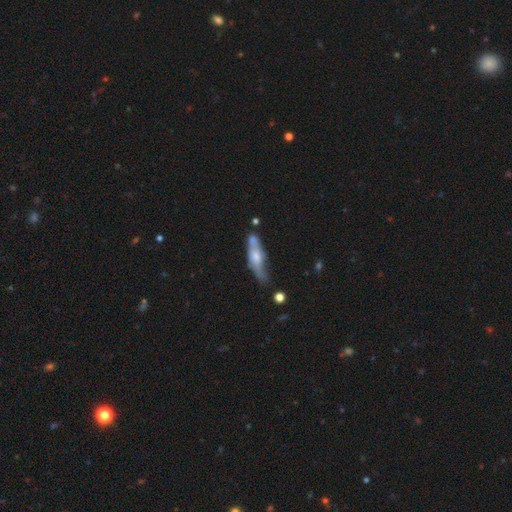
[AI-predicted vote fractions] Q: Smooth or featured?
A: featured or disk (50%); runner-up: smooth (44%)
Q: Merging?
A: none (45%); runner-up: minor disturbance (30%)